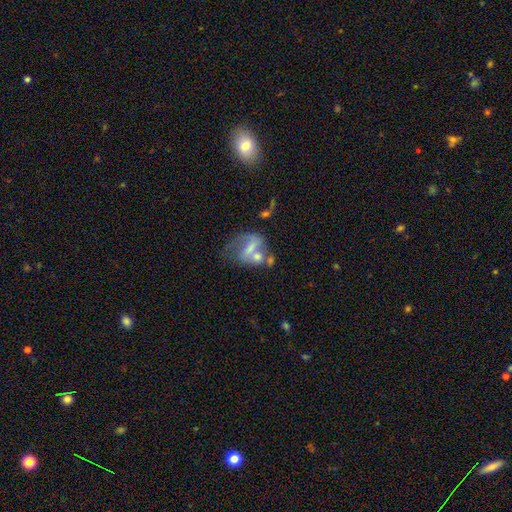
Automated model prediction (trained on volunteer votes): Smooth or featured? featured or disk (52%)
Edge-on disk? no (94%)
Merging? merger (29%)